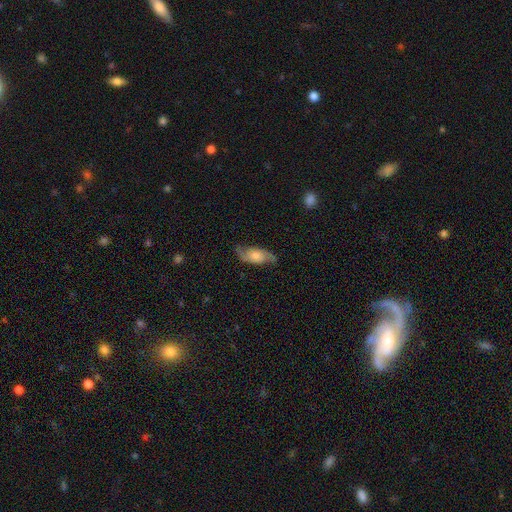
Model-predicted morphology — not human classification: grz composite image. It shows a featured or disk galaxy (67%) with no bar (70%), 2 (90%) loose (54%) spiral arms (92%) and a moderate central bulge (44%). Merging: none (76%).